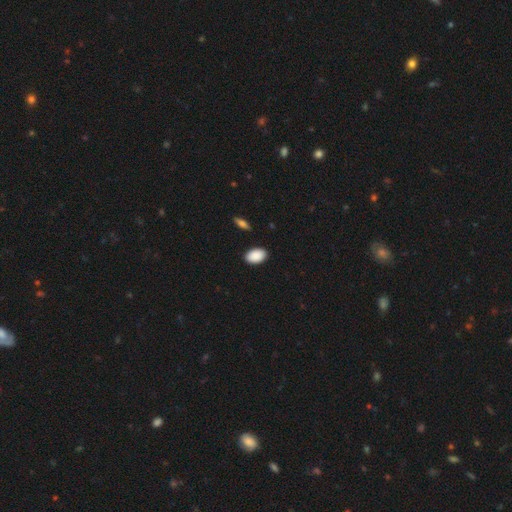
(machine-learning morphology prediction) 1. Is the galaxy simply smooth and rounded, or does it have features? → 91% smooth, 6% star or artifact, 3% featured or disk.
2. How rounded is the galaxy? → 90% in between, 9% round, 1% cigar-shaped.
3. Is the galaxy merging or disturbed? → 89% none, 8% minor disturbance, 2% major disturbance, 1% merger.